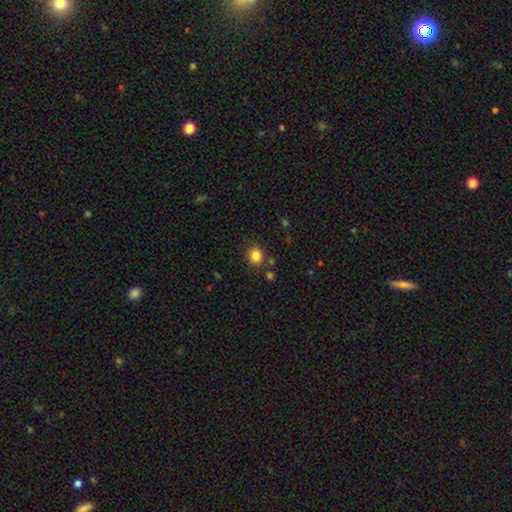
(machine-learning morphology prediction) Smooth or featured?
  - smooth: 84% *
  - star or artifact: 12%
  - featured or disk: 4%
How rounded?
  - round: 81% *
  - in between: 18%
  - cigar-shaped: 1%
Merging?
  - none: 86% *
  - minor disturbance: 8%
  - merger: 4%
  - major disturbance: 3%